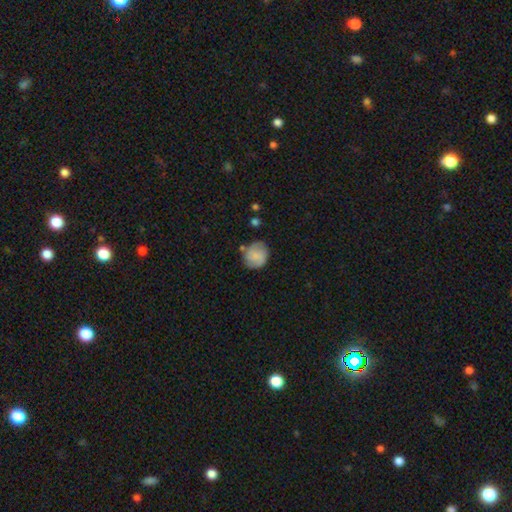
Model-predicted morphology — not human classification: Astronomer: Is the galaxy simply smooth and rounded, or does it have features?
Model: smooth — 74%.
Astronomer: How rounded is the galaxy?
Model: round — 76%.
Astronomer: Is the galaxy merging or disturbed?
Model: none — 73%.